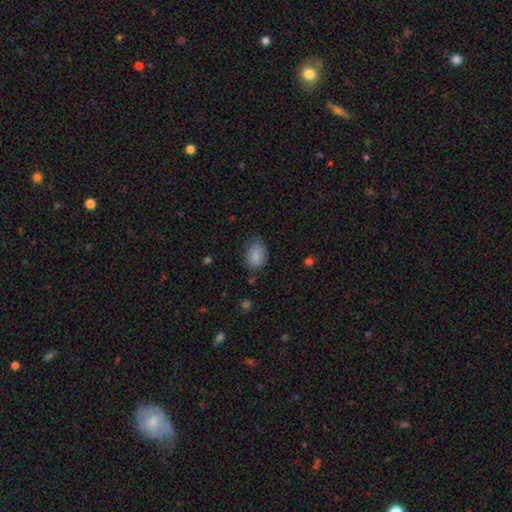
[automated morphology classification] Q: Smooth or featured?
A: smooth (86%); runner-up: star or artifact (8%)
Q: How rounded?
A: in between (78%); runner-up: round (21%)
Q: Merging?
A: none (69%); runner-up: minor disturbance (24%)